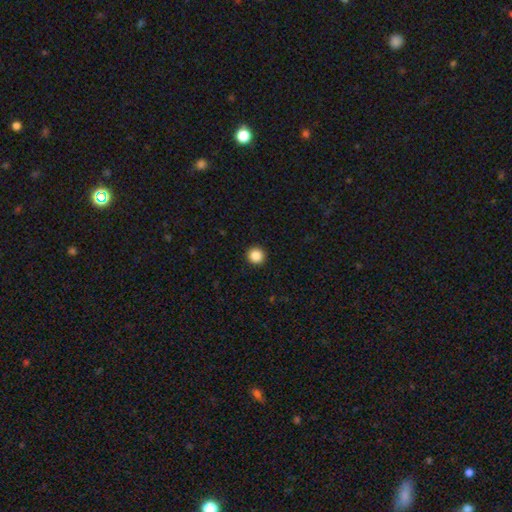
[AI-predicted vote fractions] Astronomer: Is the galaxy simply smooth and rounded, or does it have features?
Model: smooth — 87%.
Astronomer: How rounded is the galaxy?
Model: round — 95%.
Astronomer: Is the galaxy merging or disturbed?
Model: none — 93%.